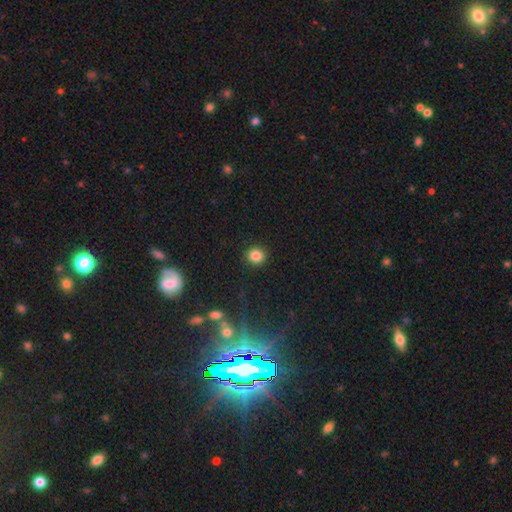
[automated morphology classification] Overall: smooth (84%). How rounded: round (88%). Merging: none (91%).